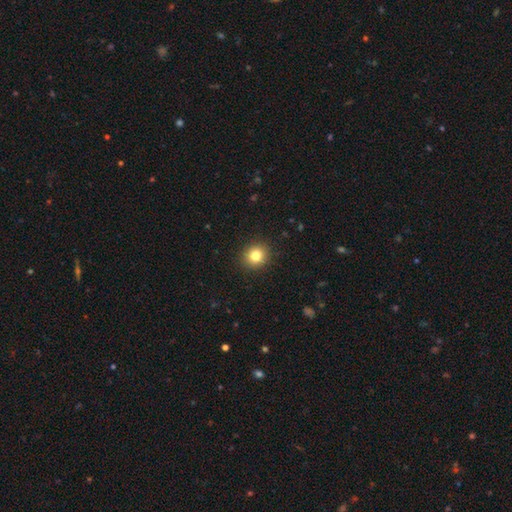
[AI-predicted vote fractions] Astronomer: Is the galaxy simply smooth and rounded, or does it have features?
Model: smooth — 82%.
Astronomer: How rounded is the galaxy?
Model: round — 85%.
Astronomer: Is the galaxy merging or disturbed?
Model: none — 91%.